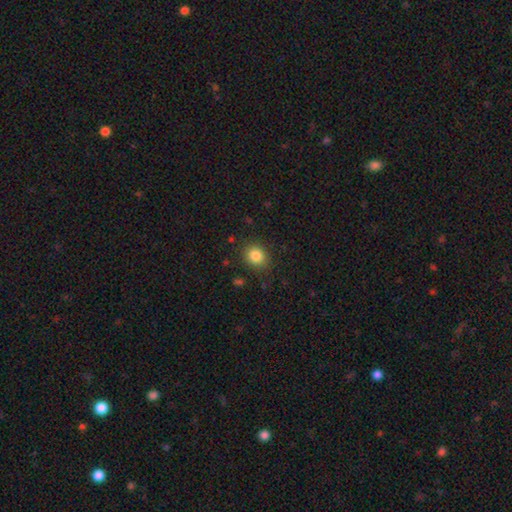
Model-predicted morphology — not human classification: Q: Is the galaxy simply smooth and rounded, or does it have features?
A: smooth — 84%.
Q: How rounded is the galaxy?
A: round — 73%.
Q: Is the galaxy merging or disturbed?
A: none — 85%.